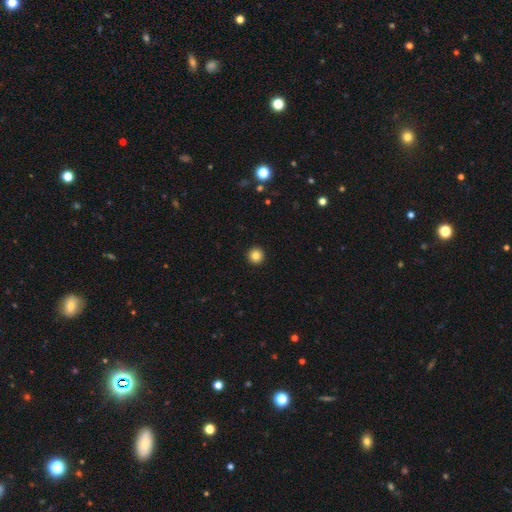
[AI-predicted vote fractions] A smooth galaxy with no disk features (84%) that is round (96%). Merging: none (94%).